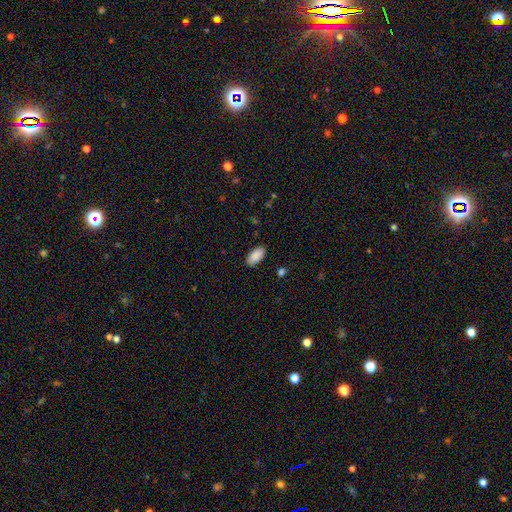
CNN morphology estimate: This is clearly a smooth galaxy (90%). How rounded: clearly in between (94%). Merging: clearly none (88%).